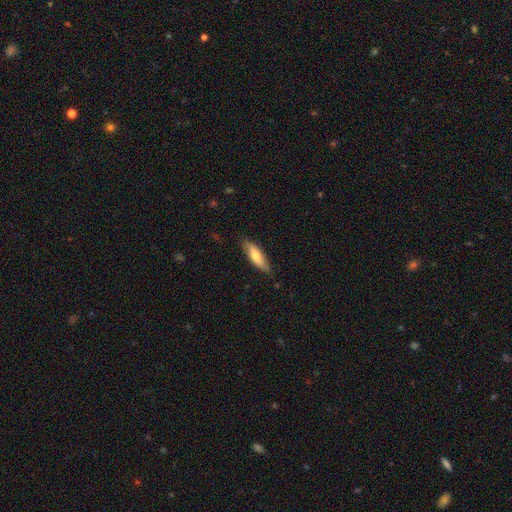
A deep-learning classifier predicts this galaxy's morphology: Smooth or featured? Predicted: smooth (p=0.71). How rounded? Predicted: cigar-shaped (p=0.52). Merging? Predicted: none (p=0.78).